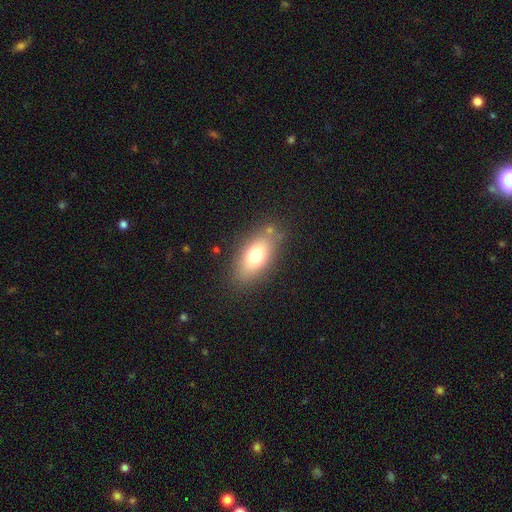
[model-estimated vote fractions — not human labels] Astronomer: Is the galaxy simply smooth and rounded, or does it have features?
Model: smooth — 73%.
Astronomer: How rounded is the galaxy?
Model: in between — 86%.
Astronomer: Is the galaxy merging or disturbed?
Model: none — 76%.